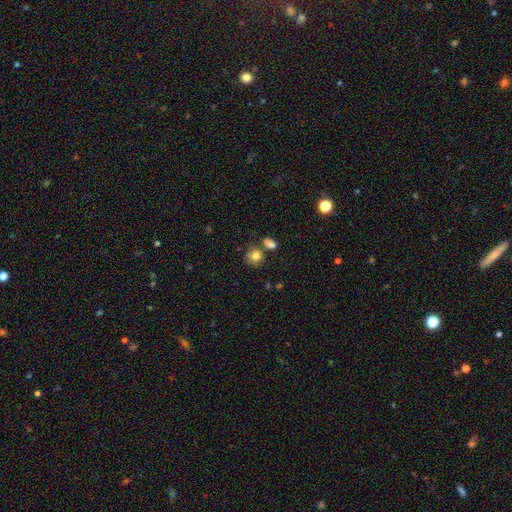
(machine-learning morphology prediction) Smooth or featured?
  - smooth: 81% *
  - star or artifact: 10%
  - featured or disk: 9%
How rounded?
  - round: 78% *
  - in between: 20%
  - cigar-shaped: 1%
Merging?
  - none: 64% *
  - merger: 17%
  - minor disturbance: 14%
  - major disturbance: 4%